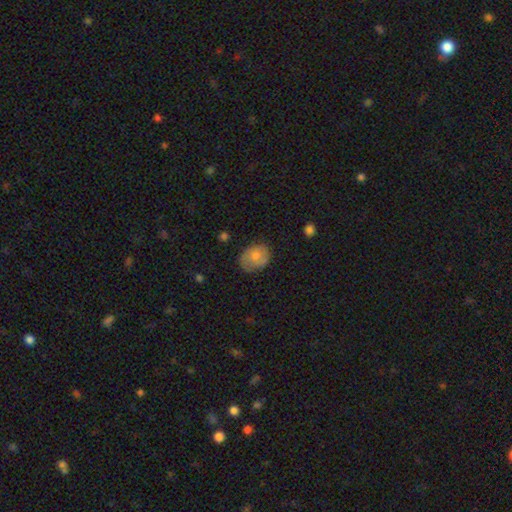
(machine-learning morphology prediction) Smooth or featured?
  - smooth: 65% *
  - featured or disk: 27%
  - star or artifact: 8%
How rounded?
  - in between: 55% *
  - round: 44%
  - cigar-shaped: 1%
Merging?
  - none: 70% *
  - minor disturbance: 23%
  - major disturbance: 6%
  - merger: 1%